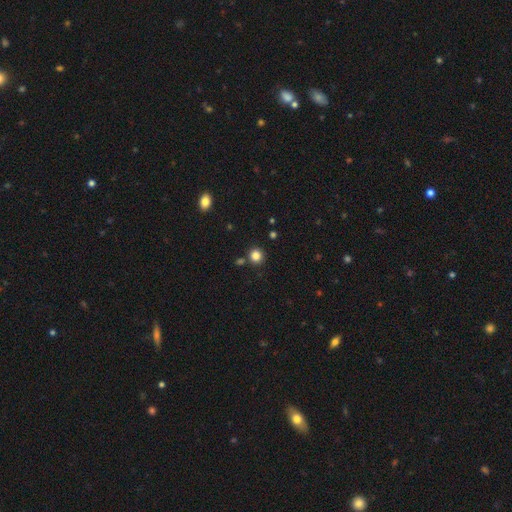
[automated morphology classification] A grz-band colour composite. It shows a smooth galaxy with no disk features (84%) that is round (92%). Merging: none (86%).